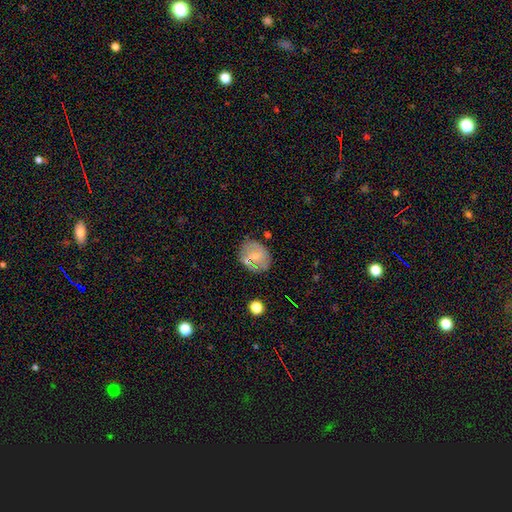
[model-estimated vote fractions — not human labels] The model was most divided on "how rounded": round: 51%, in between: 48%, cigar-shaped: 1%. More confident: merging — none (70%); smooth or featured — smooth (60%).